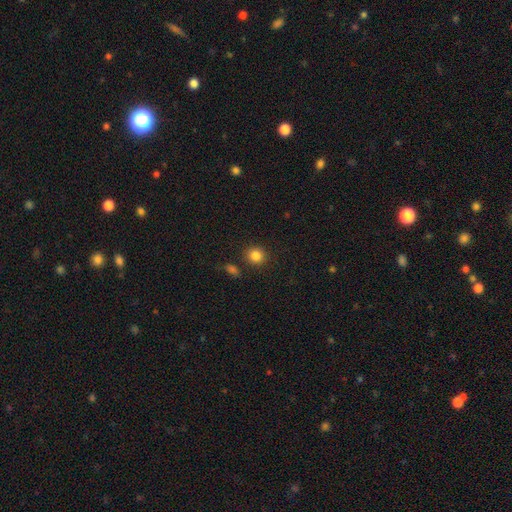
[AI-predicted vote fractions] A smooth galaxy with no disk features (84%) that is round (87%). Merging: none (86%).